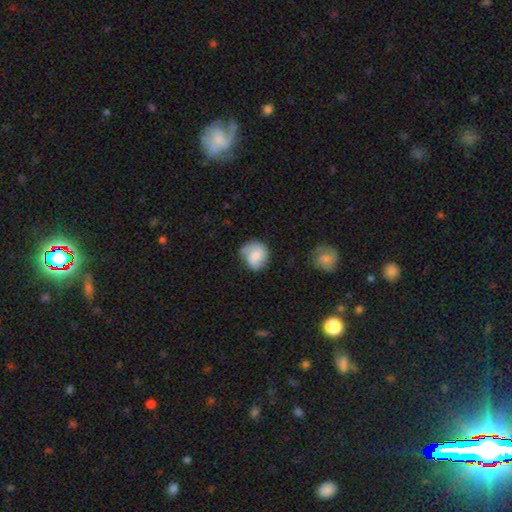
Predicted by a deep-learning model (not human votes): Smooth or featured? smooth (67%)
How rounded? round (71%)
Merging? none (50%)